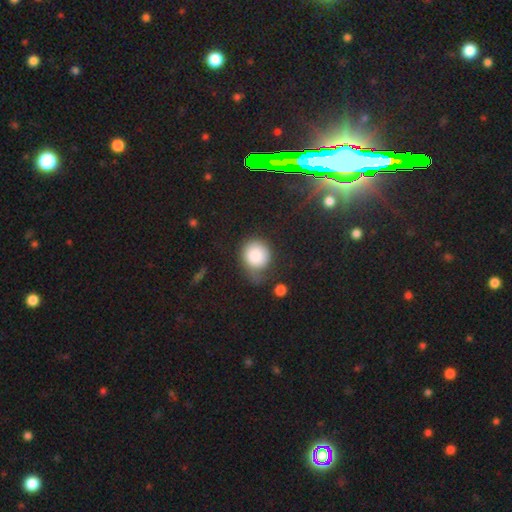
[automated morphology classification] smooth-or-featured: smooth: 83% | featured or disk: 9% | star or artifact: 8%
  how-rounded: round: 84% | in between: 15% | cigar-shaped: 1%
  merging: none: 40% | minor disturbance: 35% | major disturbance: 19% | merger: 5%